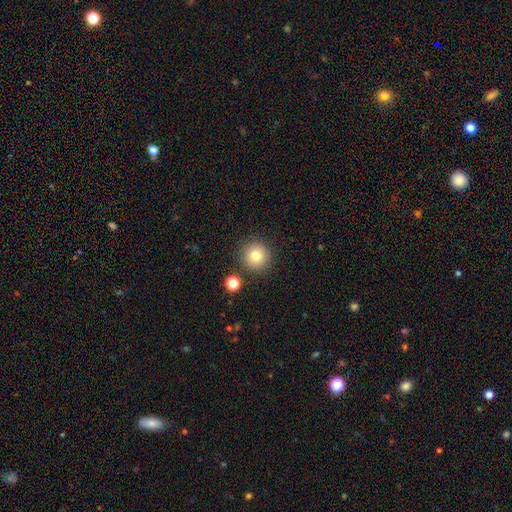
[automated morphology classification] smooth-or-featured: smooth: 79% | star or artifact: 12% | featured or disk: 9%
  how-rounded: round: 95% | in between: 4% | cigar-shaped: 1%
  merging: none: 87% | minor disturbance: 6% | merger: 4% | major disturbance: 2%